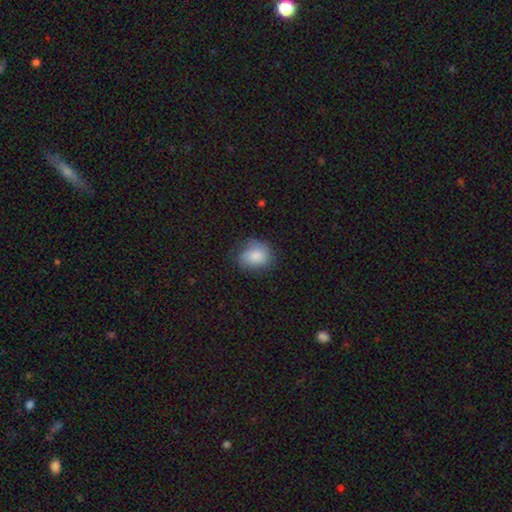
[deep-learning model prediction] This is clearly a smooth galaxy (81%). How rounded: possibly round (52%). Merging: likely none (62%).